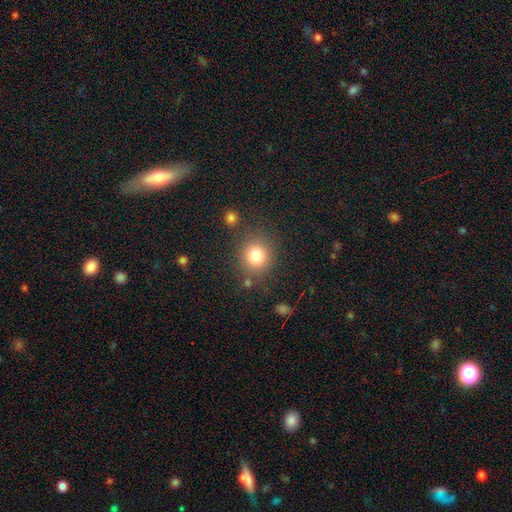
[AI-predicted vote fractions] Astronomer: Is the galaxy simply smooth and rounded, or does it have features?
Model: smooth — 81%.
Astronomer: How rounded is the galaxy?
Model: round — 85%.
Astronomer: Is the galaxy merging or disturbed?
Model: none — 81%.